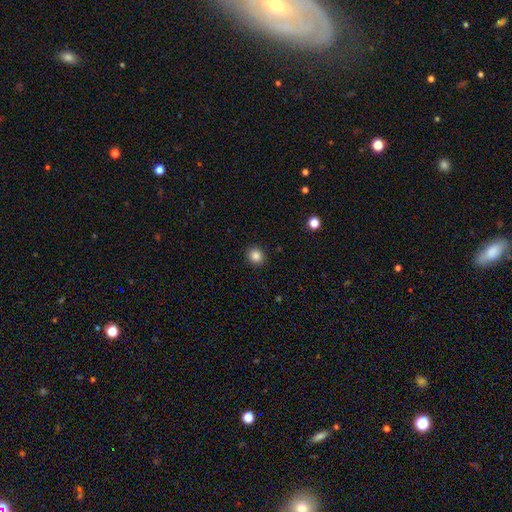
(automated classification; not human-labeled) smooth 85%, star or artifact 11%, featured or disk 4%. Down the decision tree: how rounded — round (82%); merging — none (91%).